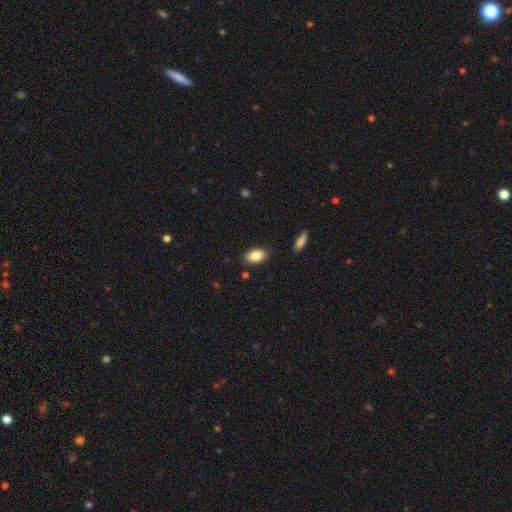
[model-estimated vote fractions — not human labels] Overall: smooth (85%). How rounded: in between (91%). Merging: none (86%).